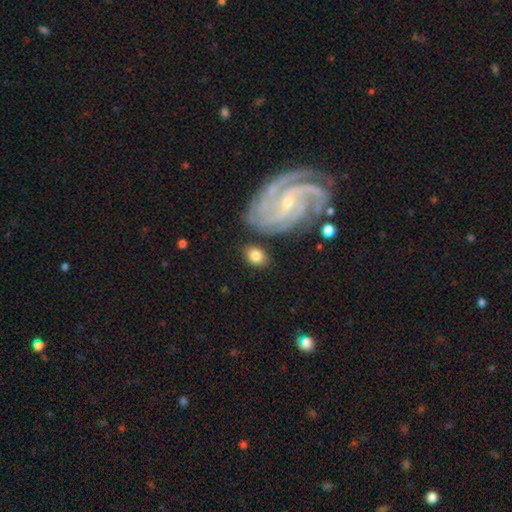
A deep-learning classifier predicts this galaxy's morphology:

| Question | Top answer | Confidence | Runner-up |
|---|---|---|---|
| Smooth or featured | smooth | 74% | featured or disk (20%) |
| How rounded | in between | 71% | round (28%) |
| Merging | none | 79% | minor disturbance (12%) |